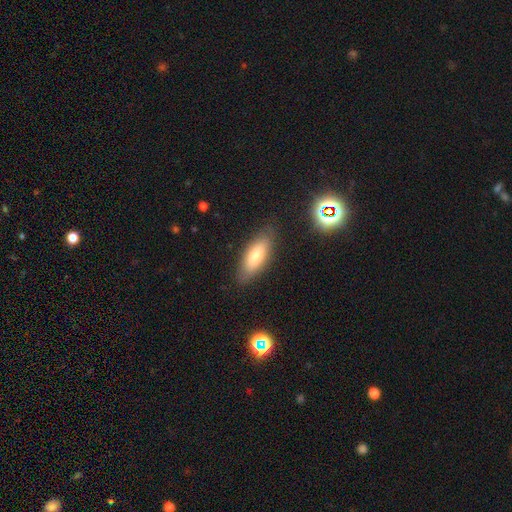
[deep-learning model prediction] Q: Smooth or featured?
A: smooth (72%); runner-up: featured or disk (19%)
Q: How rounded?
A: in between (69%); runner-up: cigar-shaped (28%)
Q: Merging?
A: none (83%); runner-up: minor disturbance (12%)